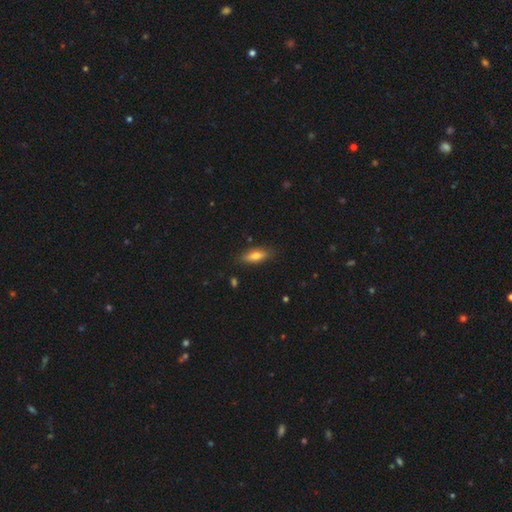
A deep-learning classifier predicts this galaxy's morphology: Smooth or featured? Predicted: smooth (p=0.64). How rounded? Predicted: in between (p=0.55). Merging? Predicted: none (p=0.84).